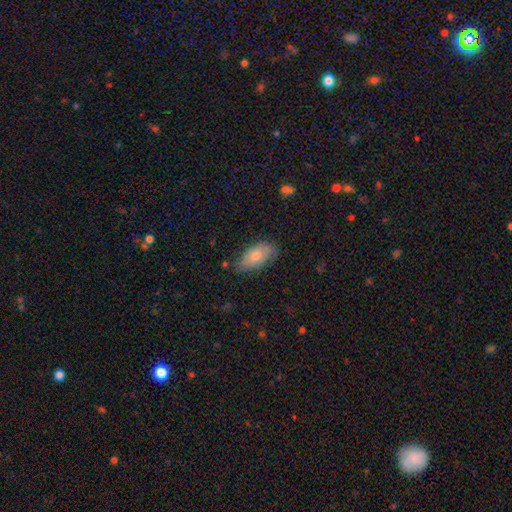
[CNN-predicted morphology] smooth-or-featured: smooth: 74% | featured or disk: 19% | star or artifact: 7%
  how-rounded: in between: 91% | cigar-shaped: 6% | round: 3%
  merging: none: 75% | minor disturbance: 20% | major disturbance: 3% | merger: 2%